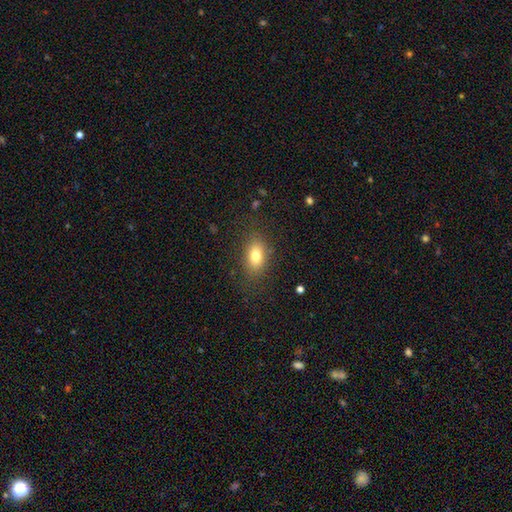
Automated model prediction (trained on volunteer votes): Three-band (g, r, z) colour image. It shows a smooth galaxy with no disk features (78%) that is in between round and cigar-shaped (85%). Merging: none (82%).